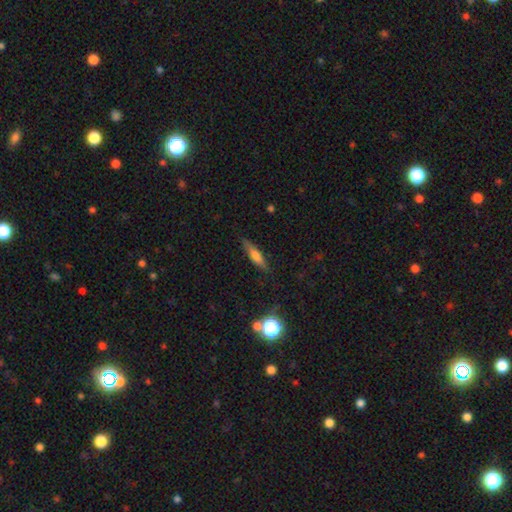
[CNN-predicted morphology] smooth_or_featured: smooth (p=0.57) [alt: featured or disk p=0.34]
how_rounded: cigar-shaped (p=0.77) [alt: in between p=0.21]
merging: none (p=0.84) [alt: minor disturbance p=0.12]